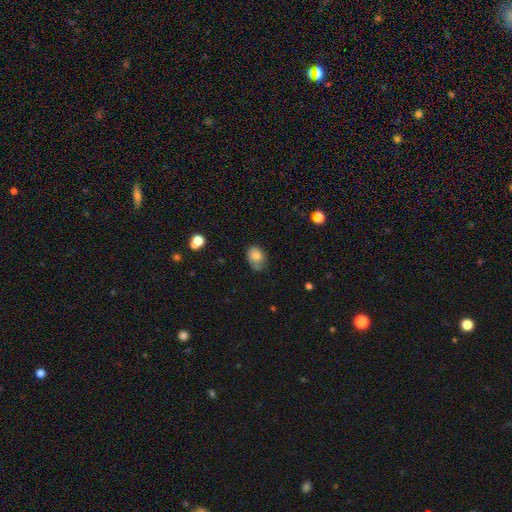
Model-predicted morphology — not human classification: smooth 81%, featured or disk 10%, star or artifact 10%. Down the decision tree: how rounded — in between (61%); merging — none (51%).